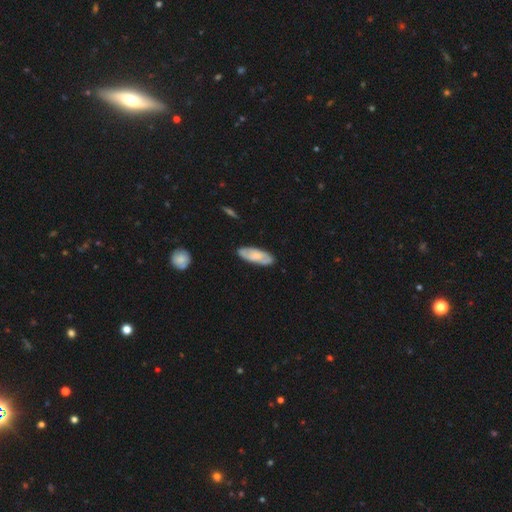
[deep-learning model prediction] This is possibly a smooth galaxy (59%). How rounded: likely in between (69%). Merging: clearly none (82%).